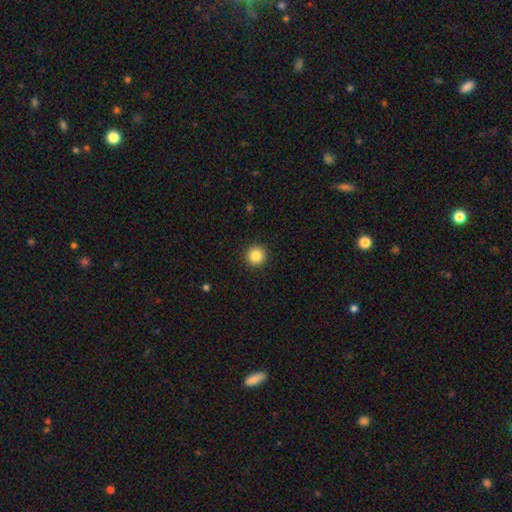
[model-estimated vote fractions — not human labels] The model was most divided on "smooth or featured": smooth: 85%, star or artifact: 10%, featured or disk: 5%. More confident: how rounded — round (95%); merging — none (93%).